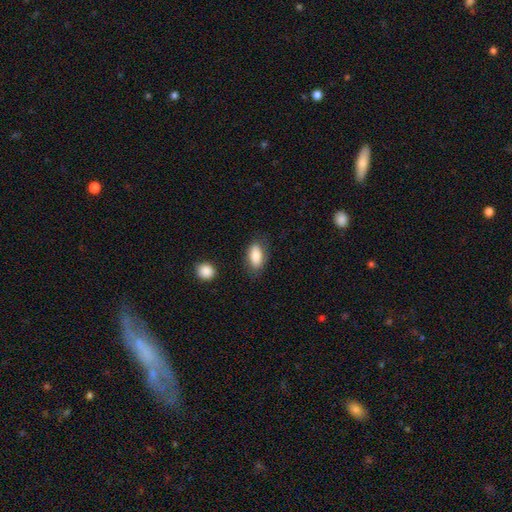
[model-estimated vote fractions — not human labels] The model was most divided on "merging": none: 78%, minor disturbance: 15%, major disturbance: 4%, merger: 3%. More confident: how rounded — in between (89%); smooth or featured — smooth (83%).